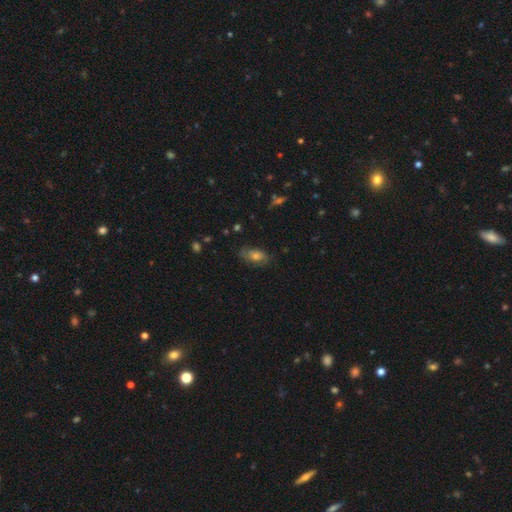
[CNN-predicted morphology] type=smooth (49%); merging=none (71%).